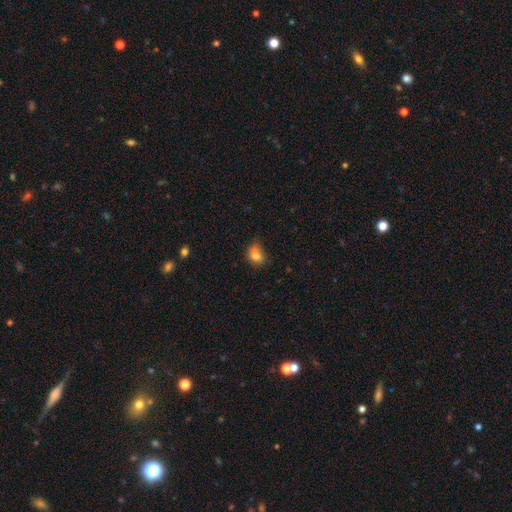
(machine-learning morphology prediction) A smooth galaxy with no disk features (78%) that is in between round and cigar-shaped (57%). Merging: none (44%).